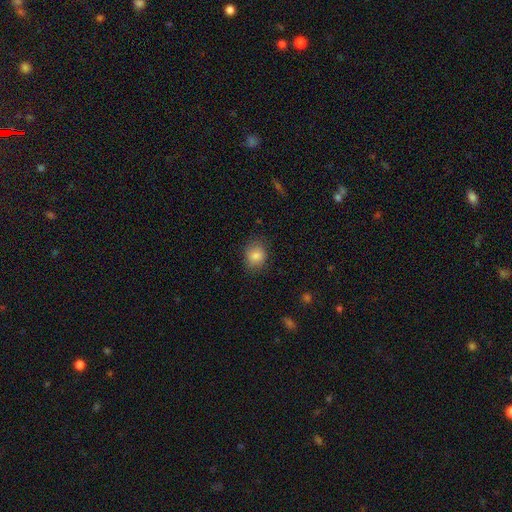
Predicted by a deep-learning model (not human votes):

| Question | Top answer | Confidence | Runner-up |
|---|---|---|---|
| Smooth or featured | smooth | 85% | star or artifact (9%) |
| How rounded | round | 59% | in between (40%) |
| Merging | none | 78% | minor disturbance (17%) |